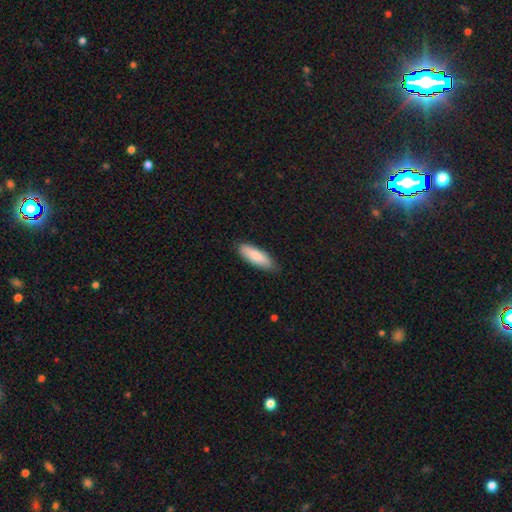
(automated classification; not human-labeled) Smooth or featured?
  - smooth: 84% *
  - featured or disk: 11%
  - star or artifact: 5%
How rounded?
  - in between: 54% *
  - cigar-shaped: 44%
  - round: 2%
Merging?
  - none: 84% *
  - minor disturbance: 13%
  - major disturbance: 2%
  - merger: 1%